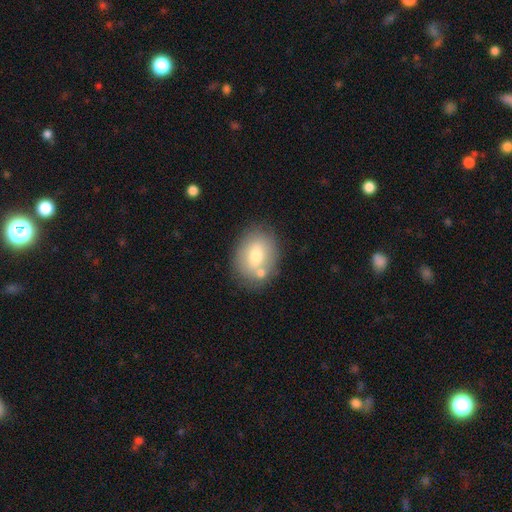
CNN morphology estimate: Smooth or featured: smooth — 67% (featured or disk — 25%)
How rounded: in between — 68% (round — 30%)
Merging: none — 69% (minor disturbance — 14%)